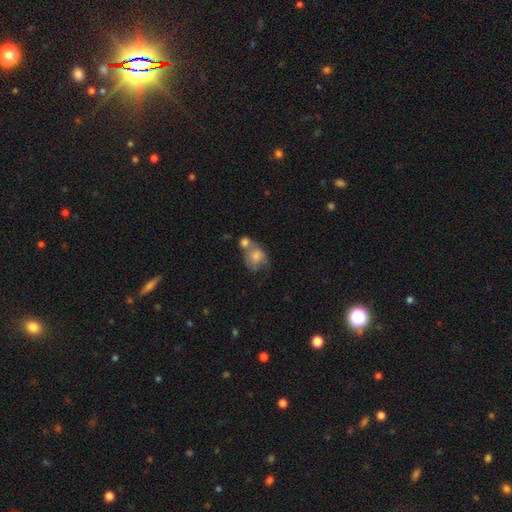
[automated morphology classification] smooth 74%, featured or disk 19%, star or artifact 8%. Down the decision tree: how rounded — round (54%); merging — merger (55%).